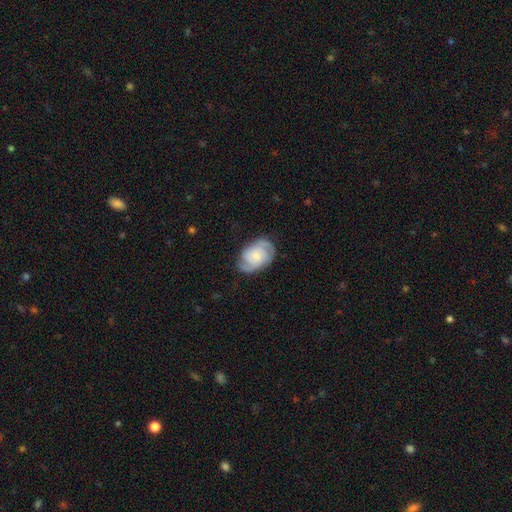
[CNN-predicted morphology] A featured or disk galaxy (78%) with no bar (67%), 2 (60%) tight (51%) spiral arms (96%) and a small central bulge (54%).

Vote fractions:
- Smooth or featured? featured or disk: 78% / smooth: 16% / star or artifact: 6%
- Edge-on disk? no: 97% / yes: 3%
- Bar? no: 67% / weak: 28% / strong: 5%
- Spiral arms? yes: 96% / no: 4%
- Spiral winding? tight: 51% / medium: 40% / loose: 10%
- Spiral arm count? 2: 60% / 3: 18% / can't tell: 13% / 1: 3% / 4: 3% / more than 4: 3%
- Bulge size? small: 54% / moderate: 32% / none: 7% / large: 5% / dominant: 2%
- Merging? none: 75% / minor disturbance: 18% / major disturbance: 6% / merger: 1%